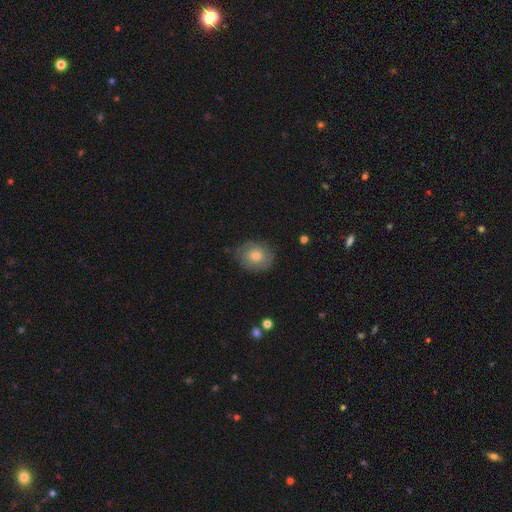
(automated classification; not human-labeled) The model was most divided on "smooth or featured": featured or disk: 47%, smooth: 44%, star or artifact: 9%. More confident: merging — none (76%).